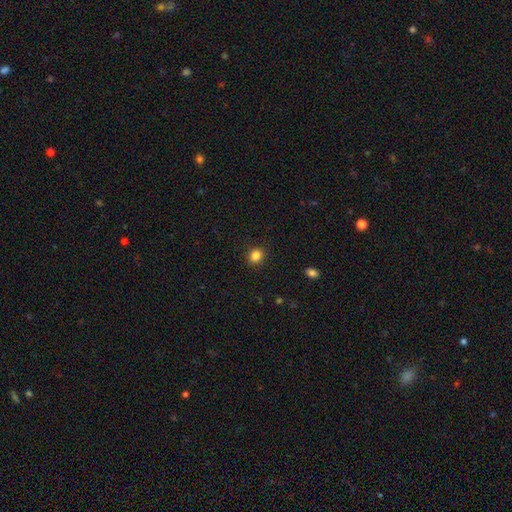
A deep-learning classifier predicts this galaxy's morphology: smooth_or_featured: smooth (p=0.84) [alt: star or artifact p=0.12]
how_rounded: round (p=0.75) [alt: in between p=0.24]
merging: none (p=0.89) [alt: minor disturbance p=0.07]